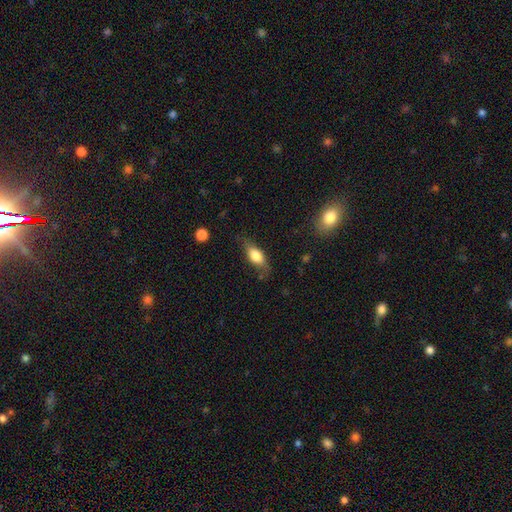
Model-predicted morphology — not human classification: A smooth galaxy with no disk features (71%) that is in between round and cigar-shaped (78%). Merging: none (66%).